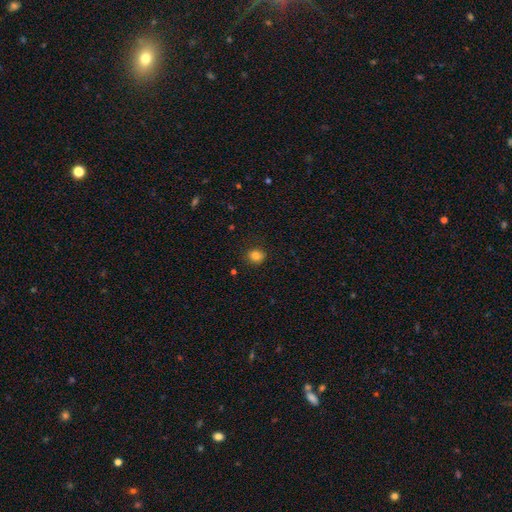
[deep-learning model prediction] Smooth or featured?
  - smooth: 83% *
  - star or artifact: 11%
  - featured or disk: 5%
How rounded?
  - round: 65% *
  - in between: 34%
  - cigar-shaped: 1%
Merging?
  - none: 86% *
  - minor disturbance: 10%
  - major disturbance: 3%
  - merger: 1%